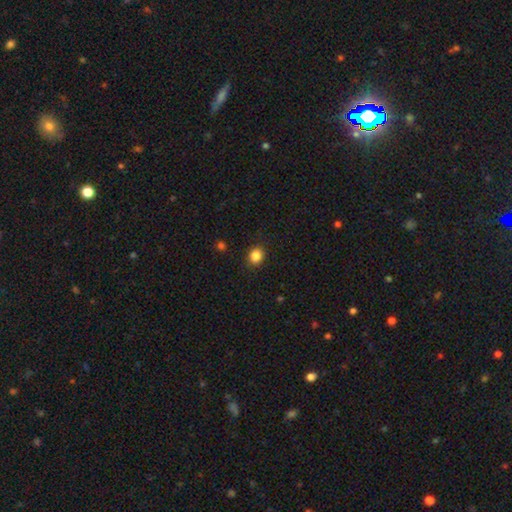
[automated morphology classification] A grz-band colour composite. It shows a smooth galaxy with no disk features (85%) that is round (72%). Merging: none (89%).